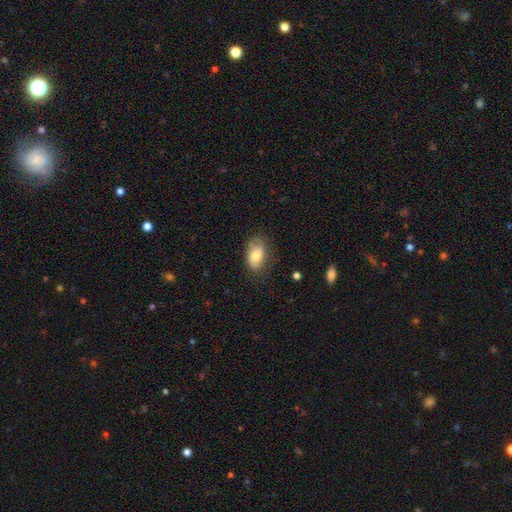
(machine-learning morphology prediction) The model was most divided on "merging": none: 65%, minor disturbance: 25%, major disturbance: 8%, merger: 1%. More confident: how rounded — in between (91%); smooth or featured — smooth (67%).